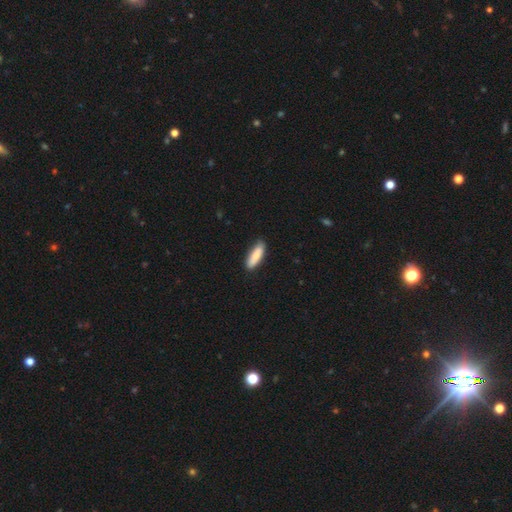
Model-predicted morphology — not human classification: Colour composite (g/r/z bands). It shows a smooth galaxy with no disk features (84%) that is cigar-shaped (49%, tied with in between). Merging: none (84%).